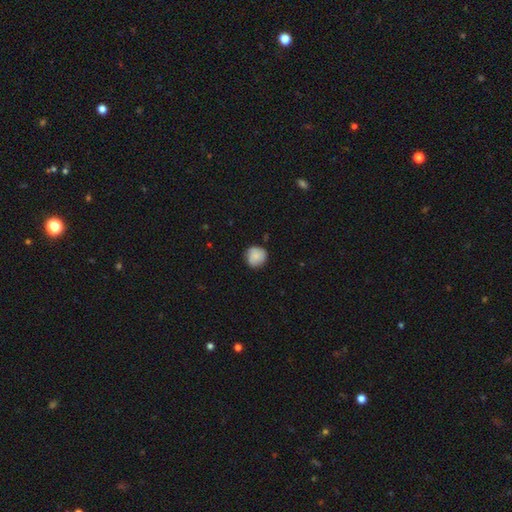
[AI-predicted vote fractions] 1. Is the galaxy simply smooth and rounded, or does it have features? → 83% smooth, 10% featured or disk, 7% star or artifact.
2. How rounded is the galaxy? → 90% round, 9% in between, 1% cigar-shaped.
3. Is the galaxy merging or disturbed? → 78% none, 18% minor disturbance, 3% major disturbance, 1% merger.